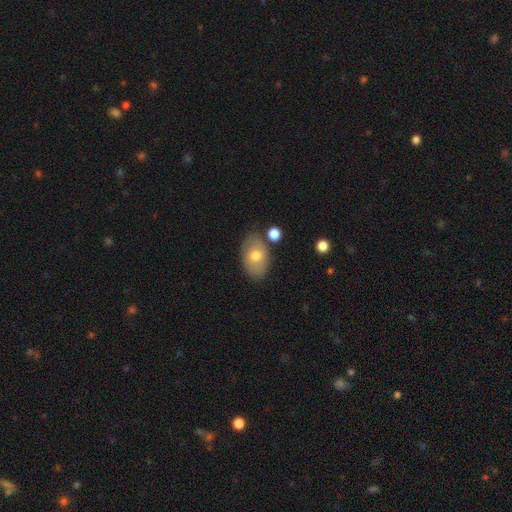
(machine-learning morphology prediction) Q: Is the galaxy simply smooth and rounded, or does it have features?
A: smooth — 70%.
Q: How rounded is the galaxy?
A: in between — 86%.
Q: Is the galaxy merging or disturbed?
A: none — 75%.